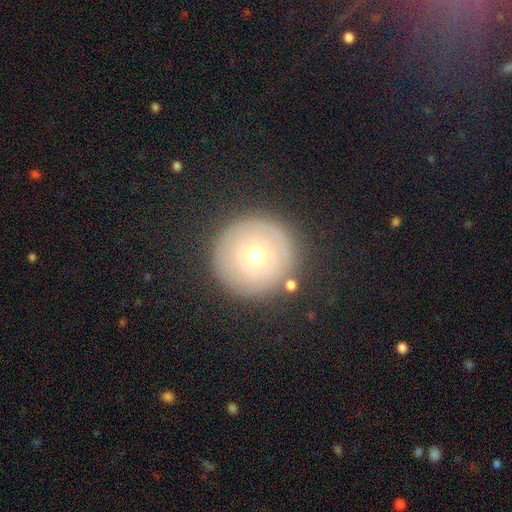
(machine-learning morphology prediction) type=smooth (60%); roundness=round (96%); merging=none (84%).